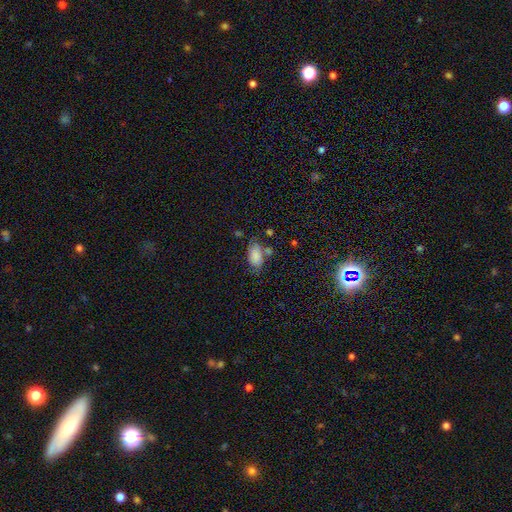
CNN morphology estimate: Smooth or featured: smooth — 84% (star or artifact — 8%)
How rounded: in between — 92% (round — 4%)
Merging: none — 62% (minor disturbance — 21%)